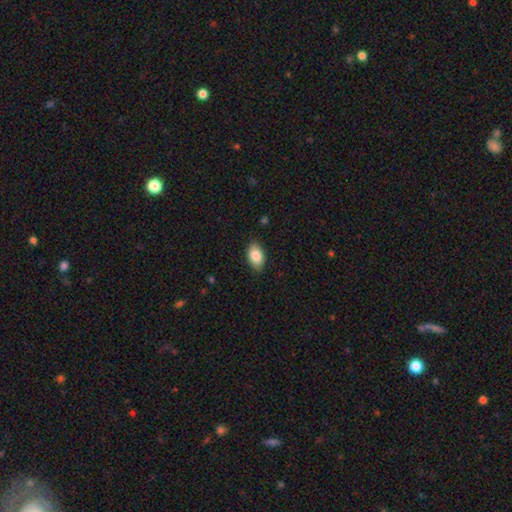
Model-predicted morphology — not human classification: type=smooth (85%); roundness=in between (91%); merging=none (86%).